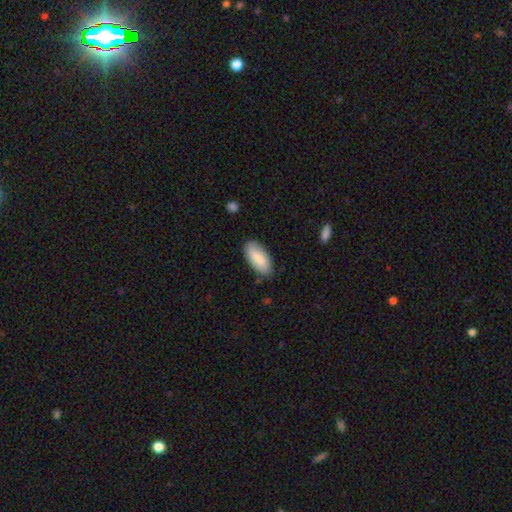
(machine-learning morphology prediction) This is clearly a smooth galaxy (85%). How rounded: clearly in between (90%). Merging: clearly none (84%).